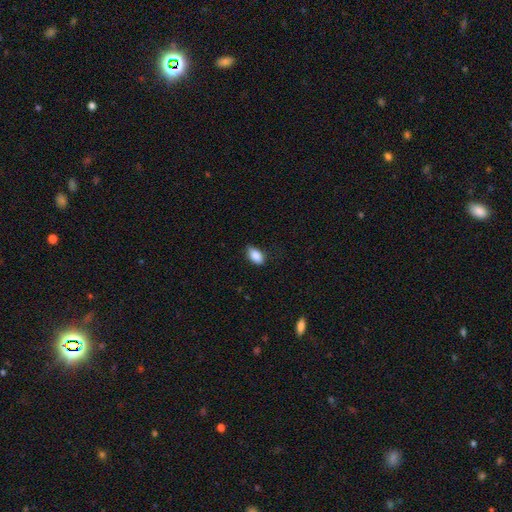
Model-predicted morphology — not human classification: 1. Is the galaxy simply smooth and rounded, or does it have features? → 87% smooth, 7% star or artifact, 6% featured or disk.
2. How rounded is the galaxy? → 91% in between, 6% round, 3% cigar-shaped.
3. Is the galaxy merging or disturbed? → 74% none, 21% minor disturbance, 4% major disturbance, 1% merger.